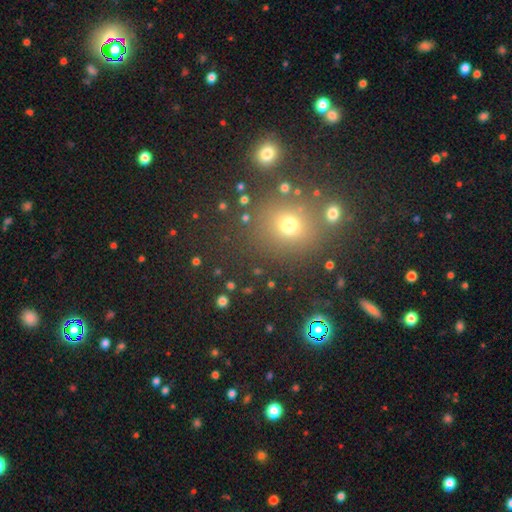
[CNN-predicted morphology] This is possibly a smooth galaxy (48%). Merging: likely none (80%).